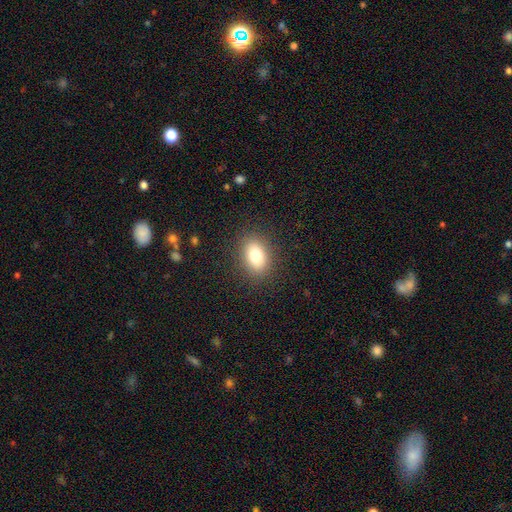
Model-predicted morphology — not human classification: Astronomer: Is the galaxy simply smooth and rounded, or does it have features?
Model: smooth — 80%.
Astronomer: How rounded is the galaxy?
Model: in between — 80%.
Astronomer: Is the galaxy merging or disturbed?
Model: none — 87%.